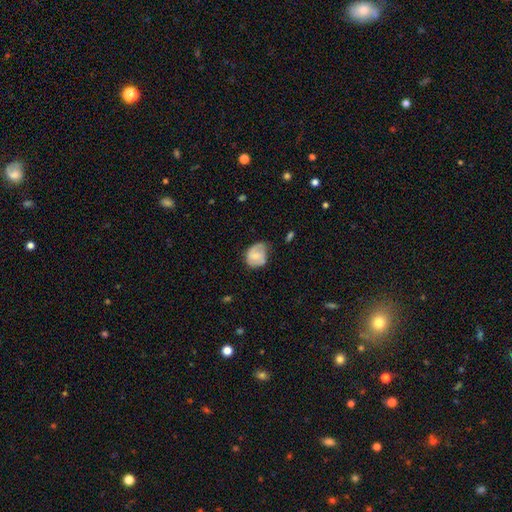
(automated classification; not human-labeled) smooth_or_featured: smooth (p=0.57) [alt: featured or disk p=0.36]
how_rounded: round (p=0.52) [alt: in between p=0.47]
merging: none (p=0.45) [alt: minor disturbance p=0.40]